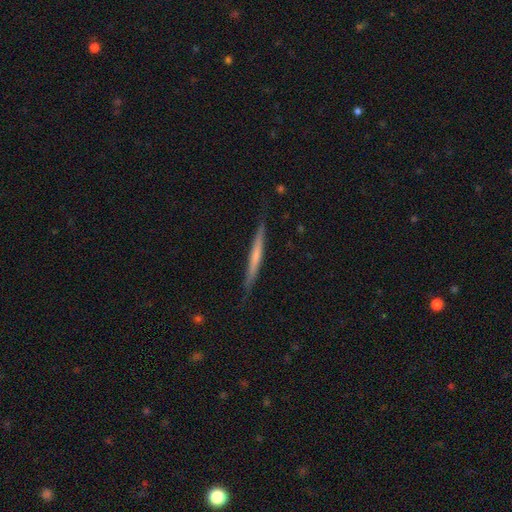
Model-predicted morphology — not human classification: Smooth or featured? featured or disk (49%)
Merging? none (84%)